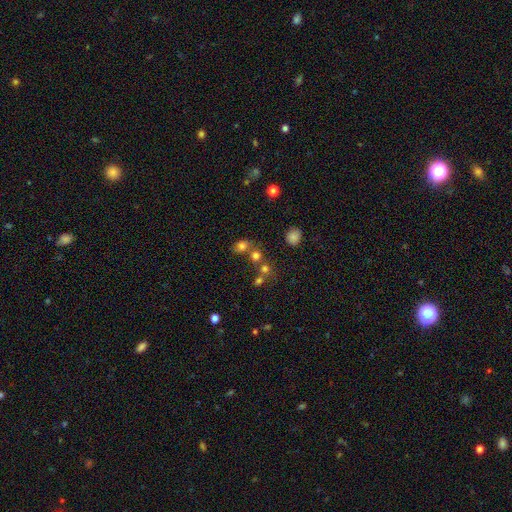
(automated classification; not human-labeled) A smooth galaxy with no disk features (70%) that is round (72%). Merging: none (54%).